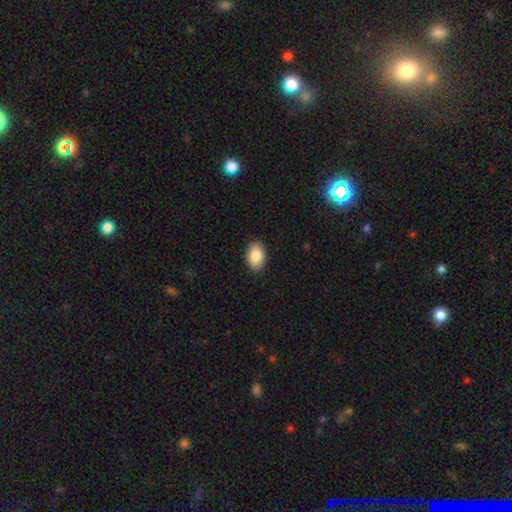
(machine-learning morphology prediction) smooth 87%, star or artifact 7%, featured or disk 7%. Down the decision tree: how rounded — in between (89%); merging — none (90%).